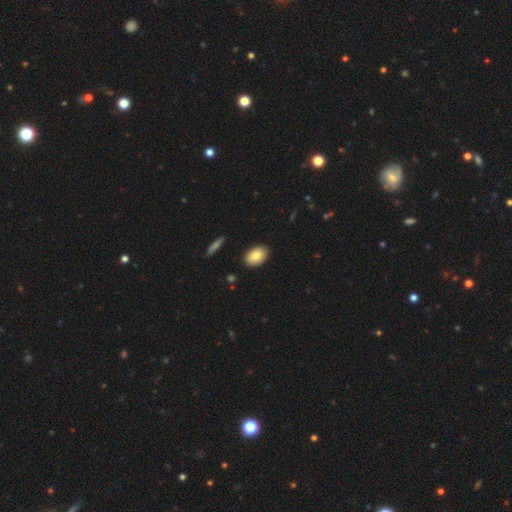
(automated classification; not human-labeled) Q: Smooth or featured?
A: smooth (81%); runner-up: featured or disk (12%)
Q: How rounded?
A: in between (89%); runner-up: round (9%)
Q: Merging?
A: none (89%); runner-up: minor disturbance (8%)